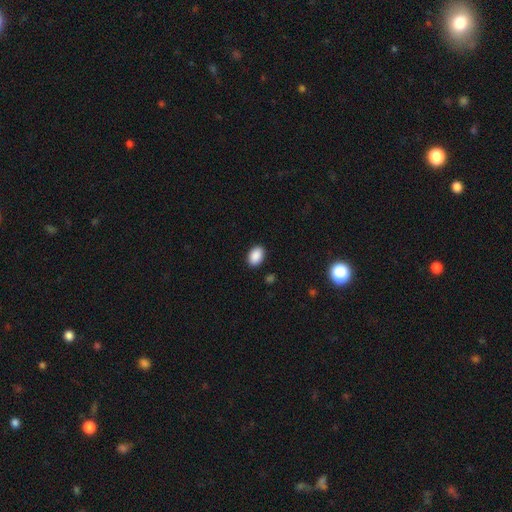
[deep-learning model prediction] This appears to be a smooth galaxy with no disk features (90%) that is in between round and cigar-shaped (84%). Merging: none (89%).